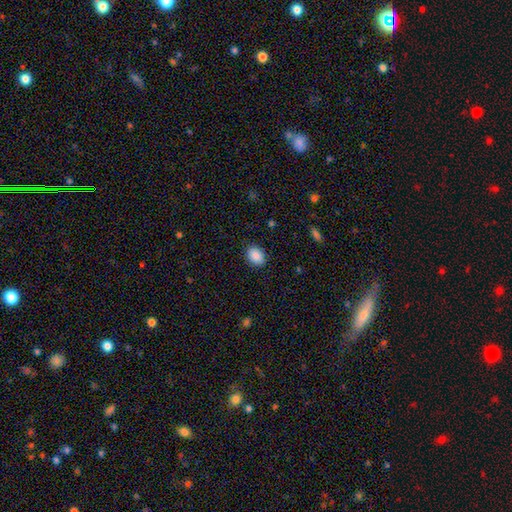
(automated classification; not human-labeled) Smooth or featured: smooth — 89% (star or artifact — 7%)
How rounded: in between — 71% (round — 28%)
Merging: none — 88% (minor disturbance — 9%)